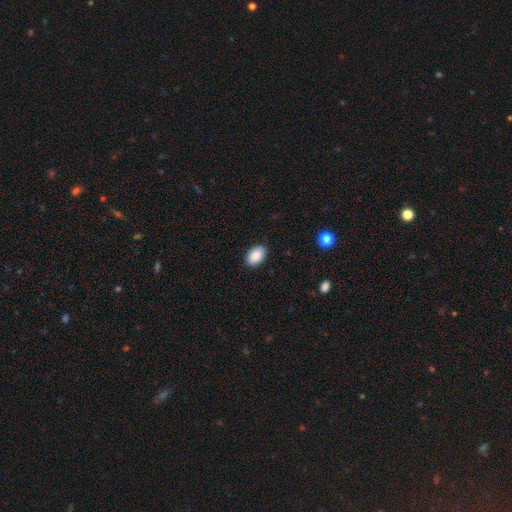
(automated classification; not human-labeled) Morphology: type=smooth (88%); roundness=in between (89%); merging=none (87%).